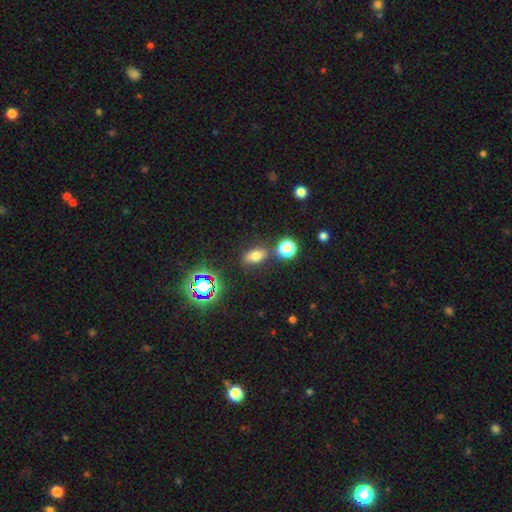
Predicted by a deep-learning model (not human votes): Smooth or featured?
  - smooth: 64% *
  - star or artifact: 22%
  - featured or disk: 14%
How rounded?
  - in between: 74% *
  - round: 18%
  - cigar-shaped: 8%
Merging?
  - none: 78% *
  - minor disturbance: 12%
  - merger: 7%
  - major disturbance: 4%